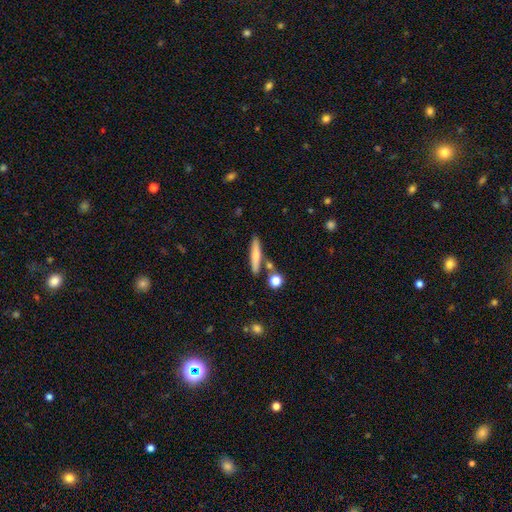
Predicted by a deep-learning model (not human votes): A smooth galaxy with no disk features (70%) that is cigar-shaped (87%). Merging: none (79%).